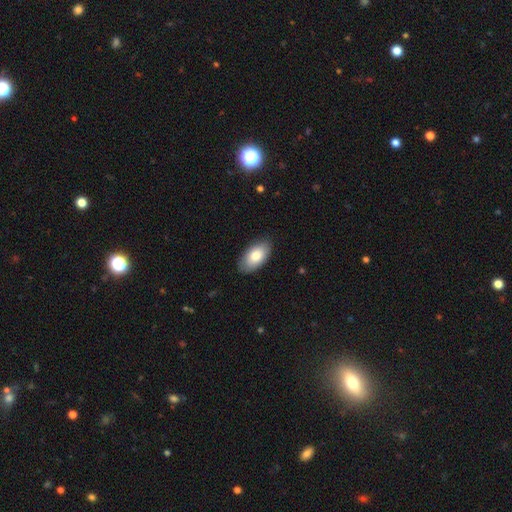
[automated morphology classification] This appears to be a smooth galaxy with no disk features (80%) that is in between round and cigar-shaped (95%). Merging: none (85%).